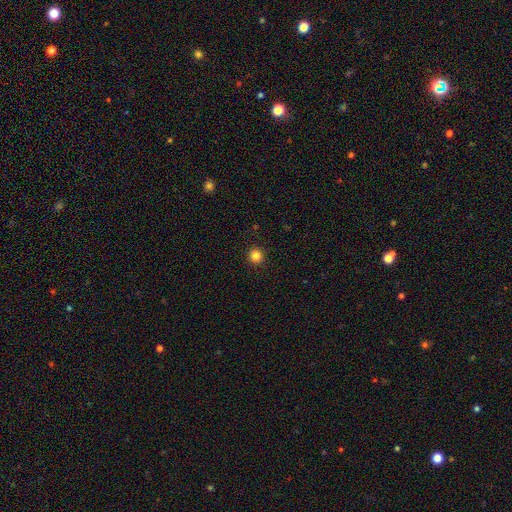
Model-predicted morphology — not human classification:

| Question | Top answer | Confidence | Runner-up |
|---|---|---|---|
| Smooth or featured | smooth | 84% | star or artifact (12%) |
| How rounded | round | 95% | in between (4%) |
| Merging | none | 93% | minor disturbance (4%) |